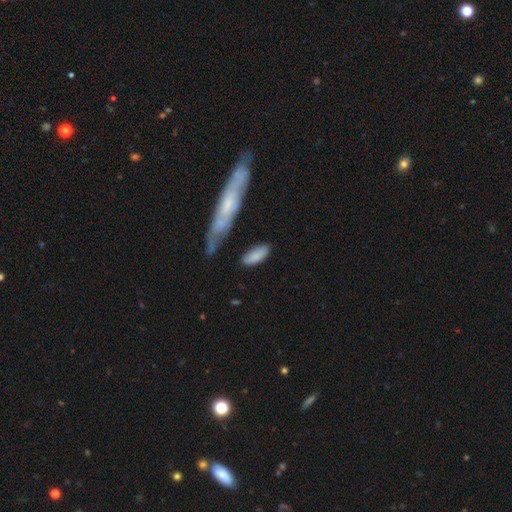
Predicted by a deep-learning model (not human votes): Overall: smooth (83%). How rounded: in between (77%). Merging: none (72%).